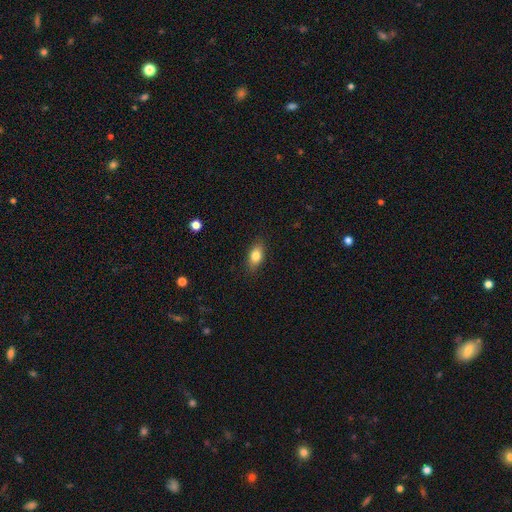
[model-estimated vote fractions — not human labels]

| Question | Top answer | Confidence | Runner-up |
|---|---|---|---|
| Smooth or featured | smooth | 81% | featured or disk (11%) |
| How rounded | in between | 85% | round (9%) |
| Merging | none | 86% | minor disturbance (11%) |